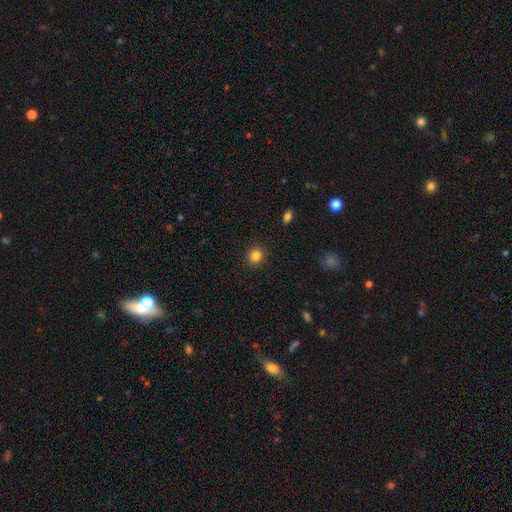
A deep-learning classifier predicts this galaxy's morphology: Smooth or featured? smooth (84%)
How rounded? round (88%)
Merging? none (91%)